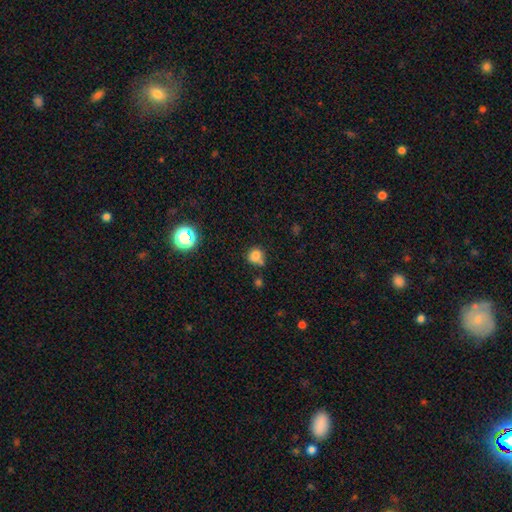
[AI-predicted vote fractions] A smooth galaxy with no disk features (78%) that is round (80%). Merging: none (55%).